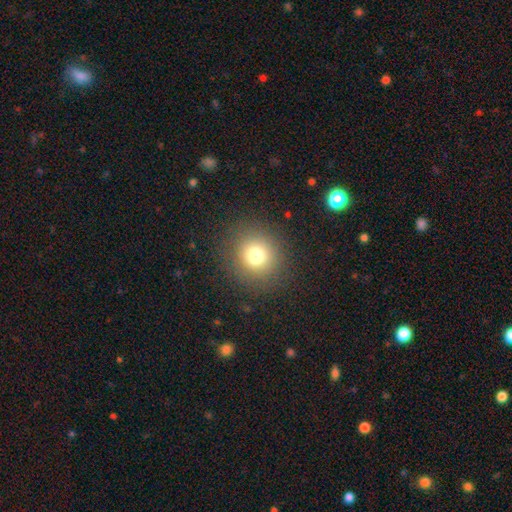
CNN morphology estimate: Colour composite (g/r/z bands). It shows a smooth galaxy with no disk features (75%) that is round (91%). Merging: none (87%).